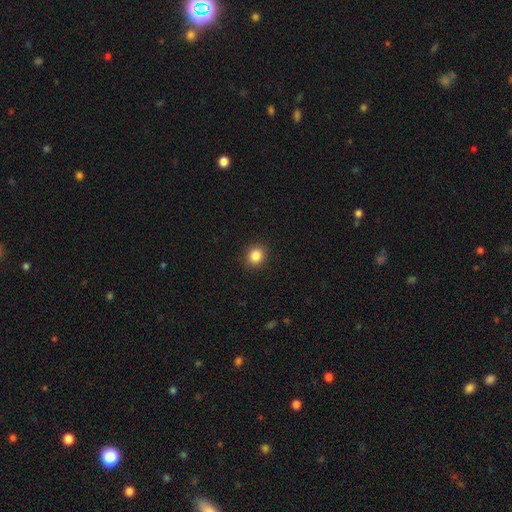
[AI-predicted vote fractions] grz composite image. It shows a smooth galaxy with no disk features (85%) that is round (77%). Merging: none (91%).